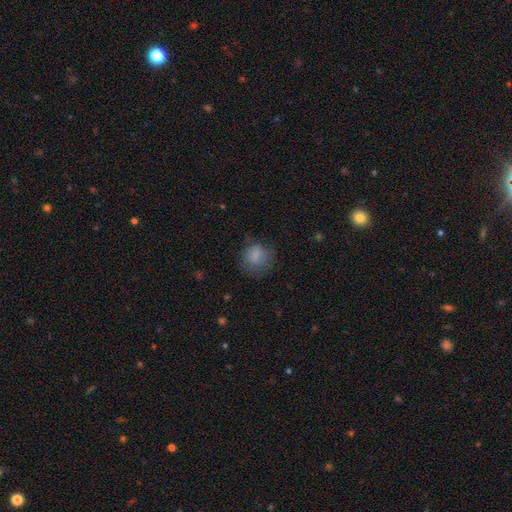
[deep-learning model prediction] Overall: smooth (79%). How rounded: round (73%). Merging: none (64%).